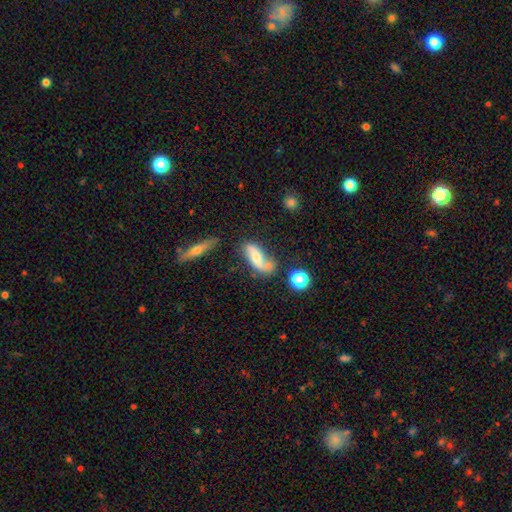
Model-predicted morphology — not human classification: Overall: featured or disk (56%; smooth 35%). Edge-on disk: no (81%). Merging: none (50%; minor disturbance 22%).